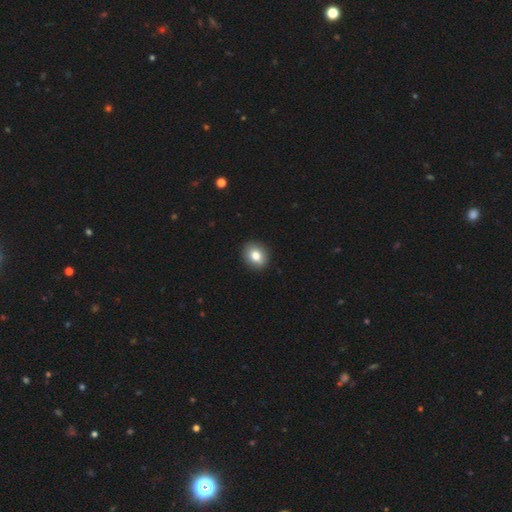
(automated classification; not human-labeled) Smooth or featured? Predicted: smooth (p=0.81). How rounded? Predicted: round (p=0.59). Merging? Predicted: none (p=0.90).